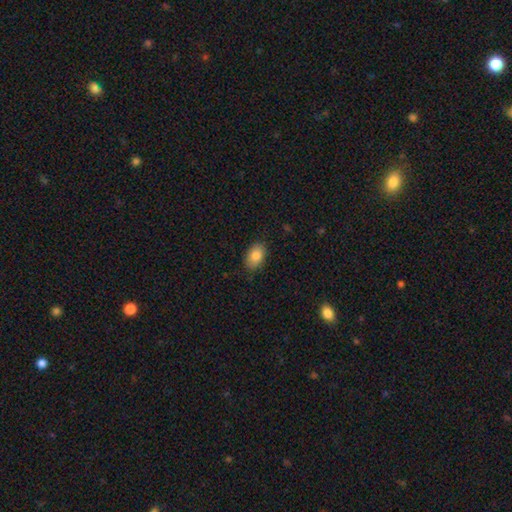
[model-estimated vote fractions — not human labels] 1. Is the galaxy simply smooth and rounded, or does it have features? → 84% smooth, 8% featured or disk, 7% star or artifact.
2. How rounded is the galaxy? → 89% in between, 10% round, 1% cigar-shaped.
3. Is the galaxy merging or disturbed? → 86% none, 11% minor disturbance, 2% major disturbance, 1% merger.